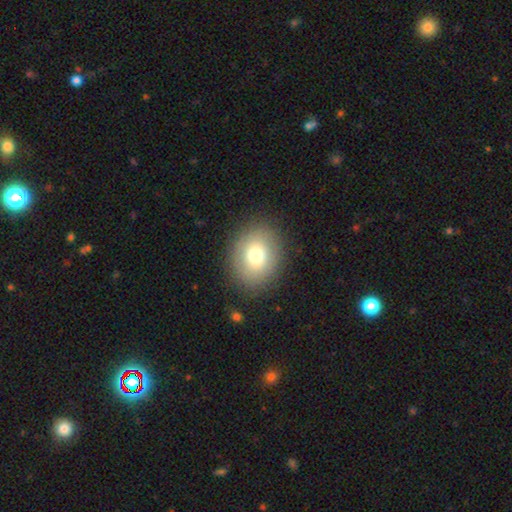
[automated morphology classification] smooth 73%, featured or disk 18%, star or artifact 10%. Down the decision tree: how rounded — round (60%); merging — none (86%).